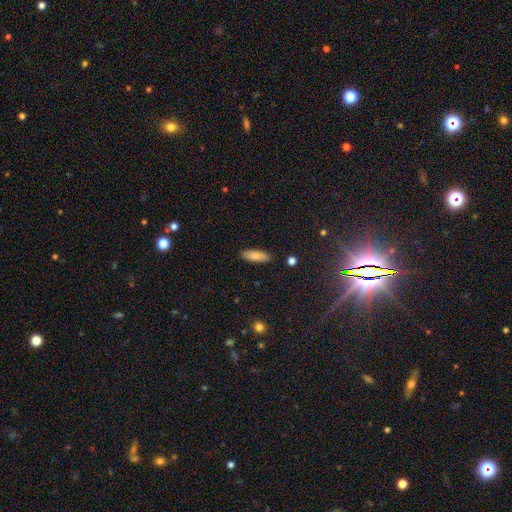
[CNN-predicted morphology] smooth-or-featured: smooth: 82% | featured or disk: 11% | star or artifact: 7%
  how-rounded: in between: 56% | cigar-shaped: 42% | round: 2%
  merging: none: 88% | minor disturbance: 9% | major disturbance: 2% | merger: 1%